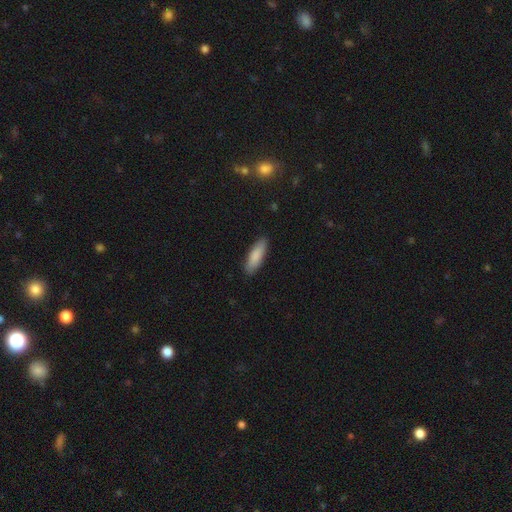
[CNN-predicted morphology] smooth-or-featured: smooth: 86% | featured or disk: 8% | star or artifact: 6%
  how-rounded: in between: 53% | cigar-shaped: 46% | round: 2%
  merging: none: 88% | minor disturbance: 9% | major disturbance: 2% | merger: 1%